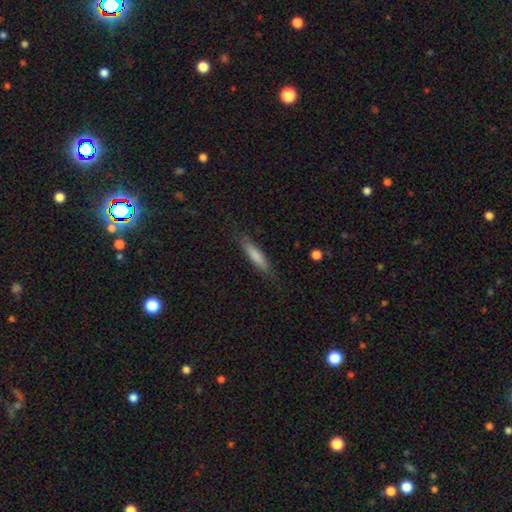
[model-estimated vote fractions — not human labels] Q: Smooth or featured?
A: smooth (76%); runner-up: featured or disk (18%)
Q: How rounded?
A: cigar-shaped (81%); runner-up: in between (17%)
Q: Merging?
A: none (80%); runner-up: minor disturbance (15%)